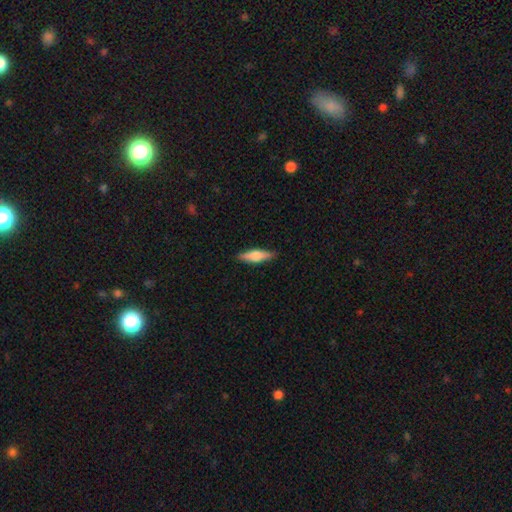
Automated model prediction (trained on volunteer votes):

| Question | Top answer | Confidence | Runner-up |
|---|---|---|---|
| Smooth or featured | smooth | 61% | featured or disk (34%) |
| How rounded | cigar-shaped | 58% | in between (40%) |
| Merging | none | 88% | minor disturbance (9%) |